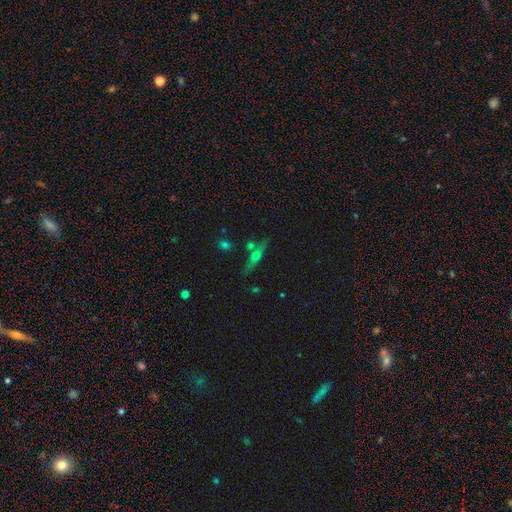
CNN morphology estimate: Smooth or featured: featured or disk — 54% (smooth — 36%)
Edge-on disk: yes — 91% (no — 9%)
Merging: none — 73% (minor disturbance — 12%)